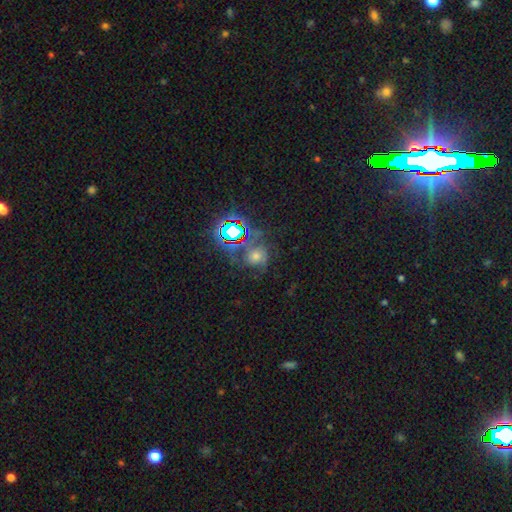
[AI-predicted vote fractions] The model was most divided on "smooth or featured": star or artifact: 40%, featured or disk: 36%, smooth: 23%.